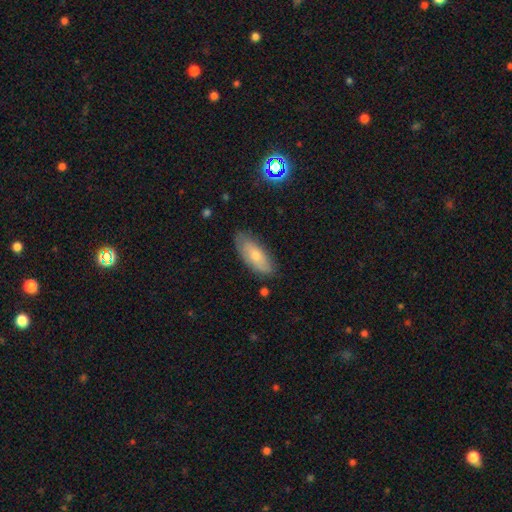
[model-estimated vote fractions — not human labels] Overall: smooth (68%). How rounded: in between (77%). Merging: none (76%).